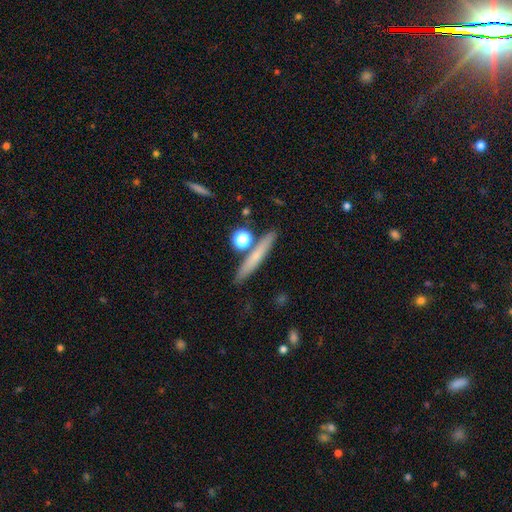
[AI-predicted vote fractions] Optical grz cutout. It shows a smooth galaxy with no disk features (61%) that is cigar-shaped (88%). Merging: none (80%).